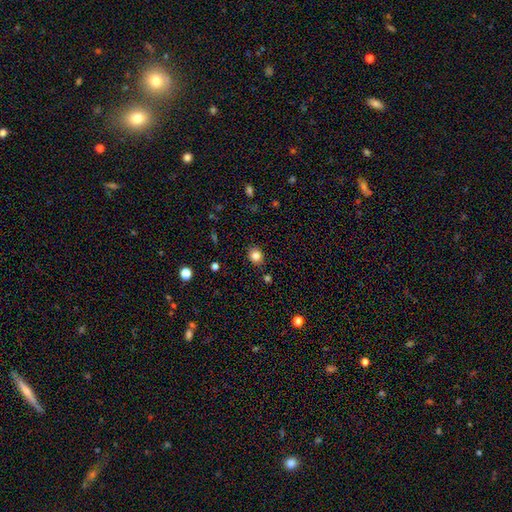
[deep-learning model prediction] smooth 83%, star or artifact 11%, featured or disk 6%. Down the decision tree: how rounded — round (68%); merging — none (87%).